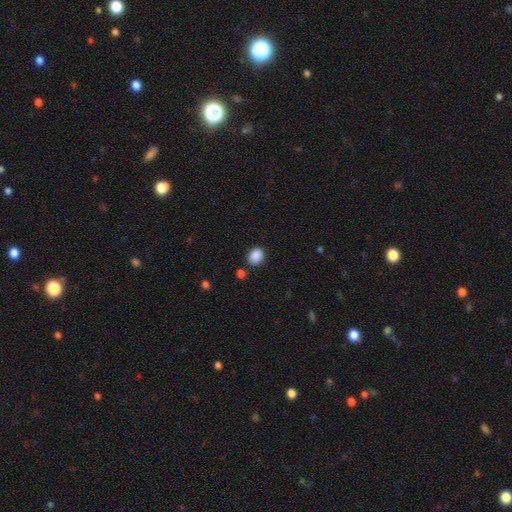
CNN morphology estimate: Overall: smooth (88%). How rounded: in between (53%; round 46%). Merging: none (82%).